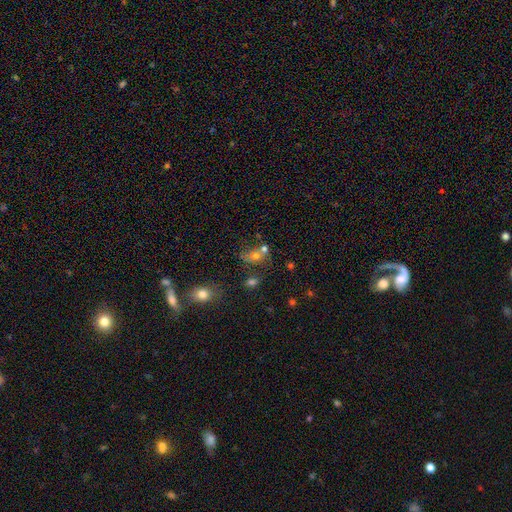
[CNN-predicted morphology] Smooth or featured?
  - smooth: 60% *
  - star or artifact: 22%
  - featured or disk: 18%
How rounded?
  - round: 49% * (tied)
  - in between: 49% * (tied)
  - cigar-shaped: 2%
Merging?
  - none: 44% *
  - merger: 32%
  - minor disturbance: 15%
  - major disturbance: 9%